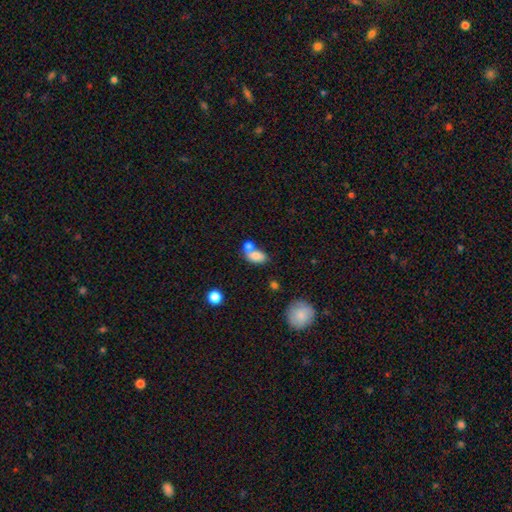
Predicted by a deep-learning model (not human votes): Overall: smooth (79%). How rounded: in between (85%). Merging: merger (49%; none 32%).